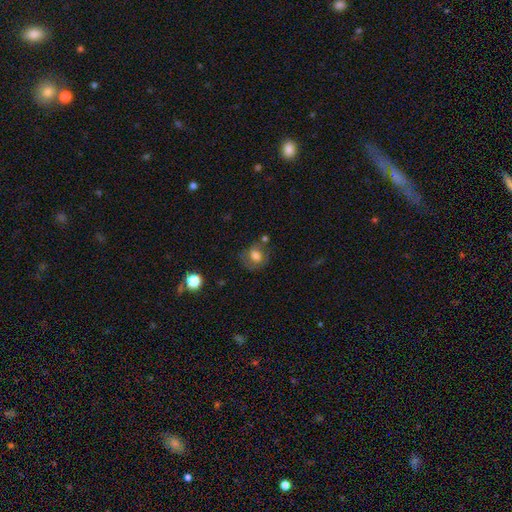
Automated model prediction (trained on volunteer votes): smooth-or-featured: smooth: 70% | featured or disk: 20% | star or artifact: 10%
  how-rounded: round: 59% | in between: 40% | cigar-shaped: 1%
  merging: none: 60% | minor disturbance: 22% | major disturbance: 10% | merger: 8%